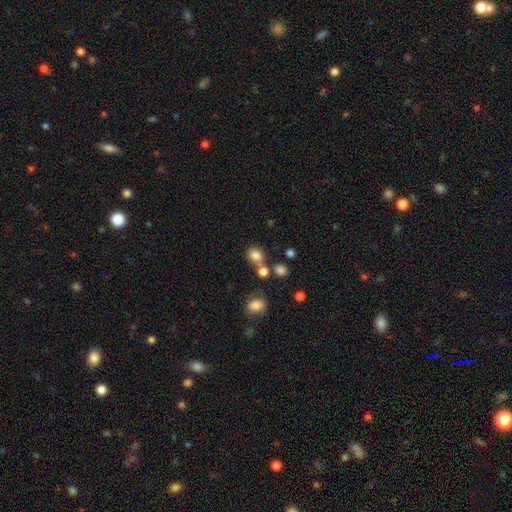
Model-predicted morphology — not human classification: This appears to be a smooth galaxy with no disk features (80%) that is round (68%). Merging: none (59%).